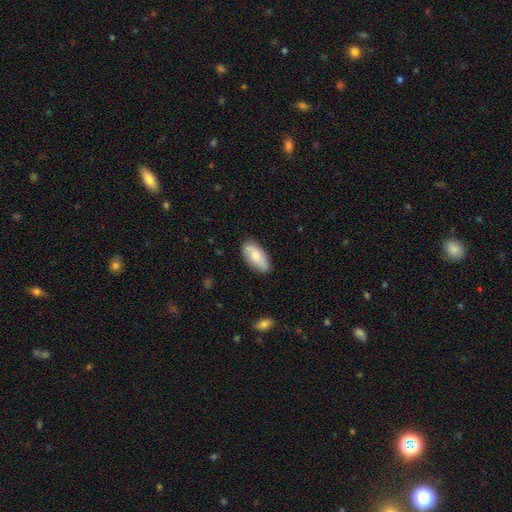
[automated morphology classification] This is likely a smooth galaxy (72%). How rounded: clearly in between (91%). Merging: clearly none (82%).